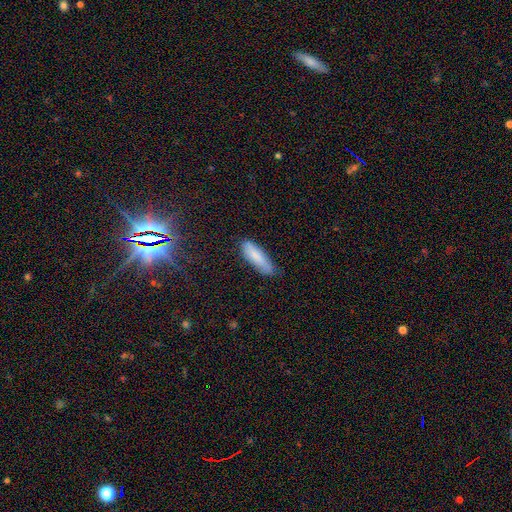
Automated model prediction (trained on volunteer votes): Smooth or featured?
  - smooth: 78% *
  - featured or disk: 15%
  - star or artifact: 7%
How rounded?
  - cigar-shaped: 51% *
  - in between: 48%
  - round: 2%
Merging?
  - none: 73% *
  - minor disturbance: 22%
  - major disturbance: 4%
  - merger: 2%